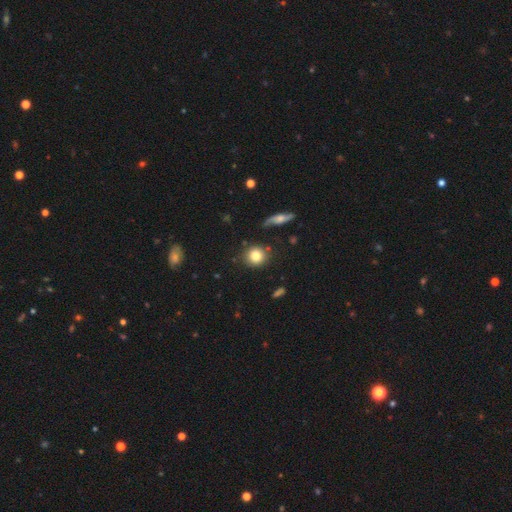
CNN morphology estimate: Smooth or featured? Predicted: smooth (p=0.82). How rounded? Predicted: round (p=0.88). Merging? Predicted: none (p=0.81).